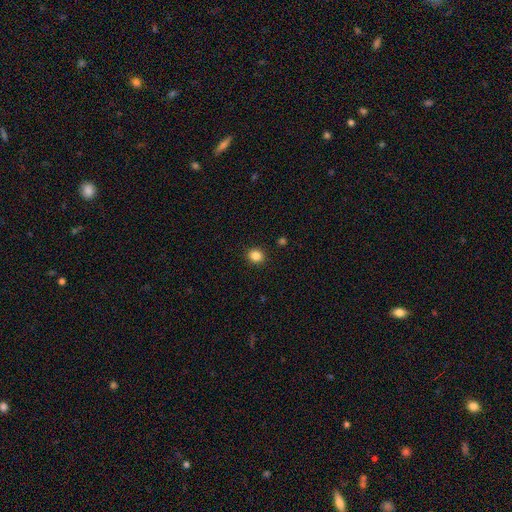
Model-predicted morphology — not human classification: smooth 85%, star or artifact 11%, featured or disk 4%. Down the decision tree: how rounded — round (78%); merging — none (91%).